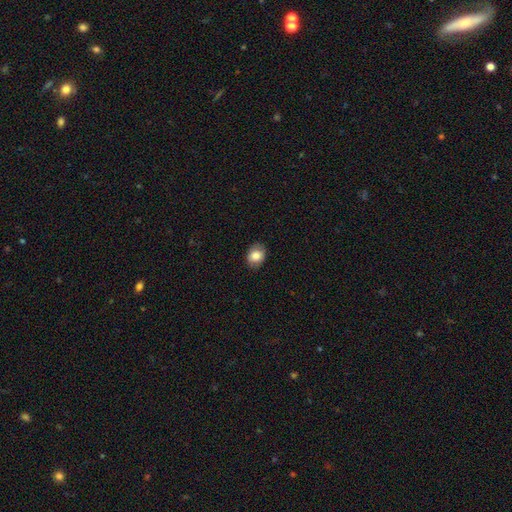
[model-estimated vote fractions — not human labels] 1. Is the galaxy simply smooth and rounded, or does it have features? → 82% smooth, 11% featured or disk, 8% star or artifact.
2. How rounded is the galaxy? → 60% in between, 39% round, 1% cigar-shaped.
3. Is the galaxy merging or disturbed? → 86% none, 11% minor disturbance, 2% major disturbance, 1% merger.